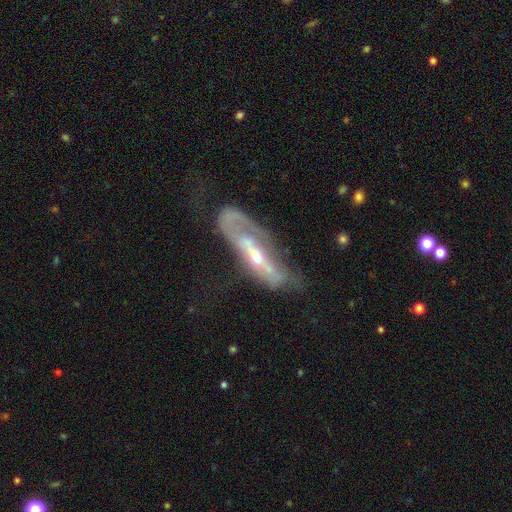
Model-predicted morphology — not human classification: A featured or disk galaxy (72%) with no bar (43%), spiral arms (63%) and a moderate central bulge (53%).

Vote fractions:
- Smooth or featured? featured or disk: 72% / smooth: 21% / star or artifact: 7%
- Edge-on disk? no: 70% / yes: 30%
- Bar? no: 43% / weak: 32% / strong: 25%
- Spiral arms? yes: 63% / no: 37%
- Bulge size? moderate: 53% / small: 37% / large: 5% / none: 3% / dominant: 1%
- Merging? major disturbance: 38% / none: 33% / minor disturbance: 21% / merger: 8%